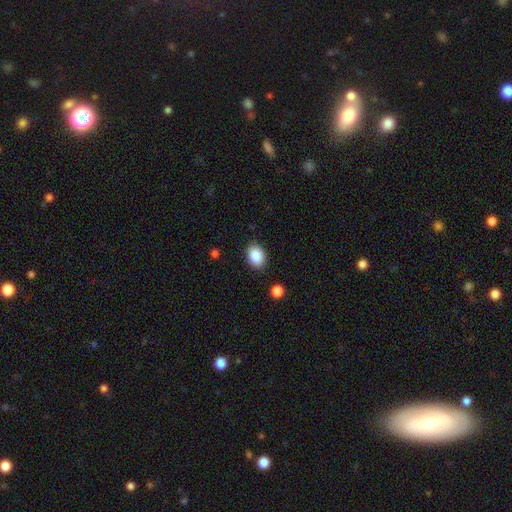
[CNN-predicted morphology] This is clearly a smooth galaxy (88%). How rounded: likely in between (78%). Merging: clearly none (86%).